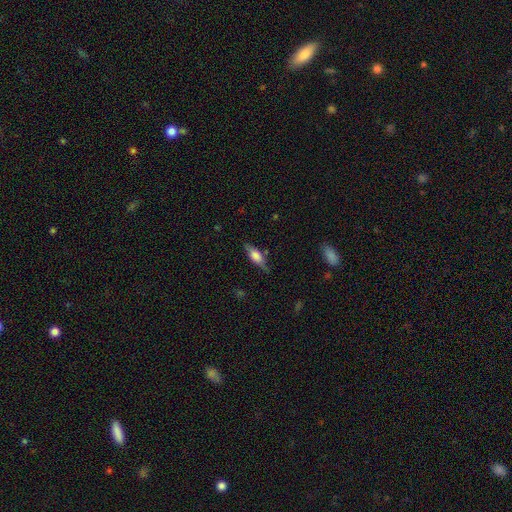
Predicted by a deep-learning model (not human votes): Smooth or featured?
  - smooth: 56% *
  - featured or disk: 36%
  - star or artifact: 7%
How rounded?
  - in between: 61% *
  - cigar-shaped: 35%
  - round: 3%
Merging?
  - none: 72% *
  - minor disturbance: 21%
  - major disturbance: 5%
  - merger: 2%